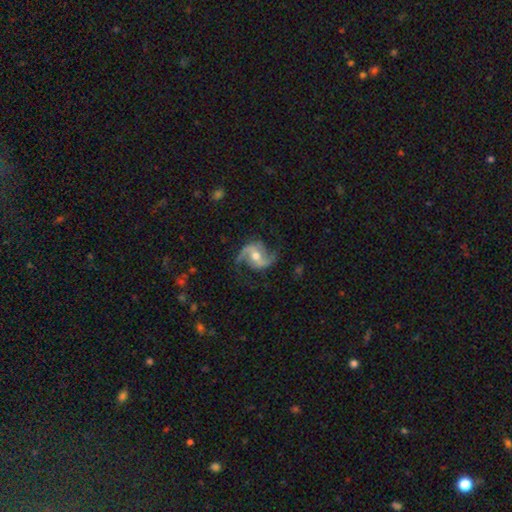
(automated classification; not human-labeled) Q: Smooth or featured?
A: featured or disk (90%); runner-up: smooth (5%)
Q: Edge-on disk?
A: no (97%); runner-up: yes (3%)
Q: Bar?
A: weak (41%); runner-up: no (34%)
Q: Spiral arms?
A: yes (97%); runner-up: no (3%)
Q: Spiral winding?
A: loose (57%); runner-up: medium (36%)
Q: Spiral arm count?
A: 2 (92%); runner-up: 3 (2%)
Q: Bulge size?
A: moderate (69%); runner-up: small (24%)
Q: Merging?
A: none (75%); runner-up: minor disturbance (16%)